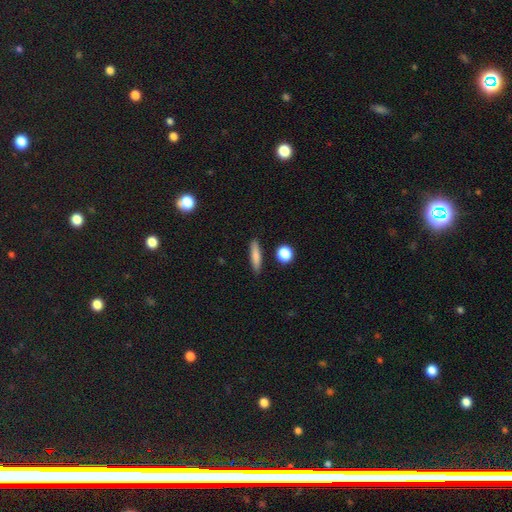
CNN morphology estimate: Smooth or featured? Predicted: smooth (p=0.76). How rounded? Predicted: cigar-shaped (p=0.82). Merging? Predicted: none (p=0.87).